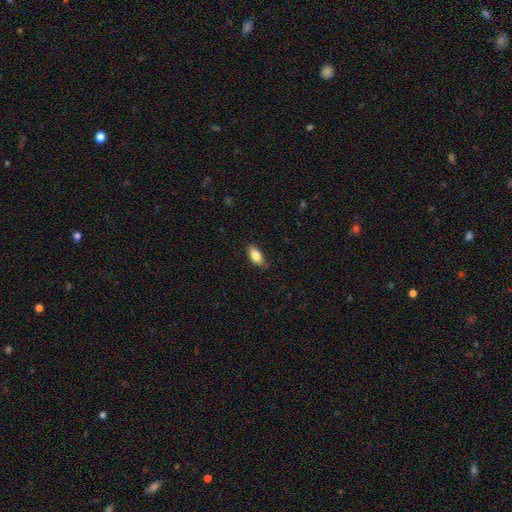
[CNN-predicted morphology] Smooth or featured? smooth (82%)
How rounded? in between (86%)
Merging? none (83%)